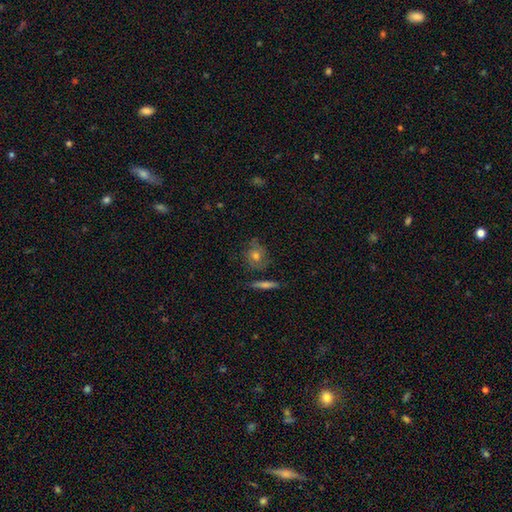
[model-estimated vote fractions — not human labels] This appears to be a smooth galaxy with no disk features (50%). Merging: none (75%).